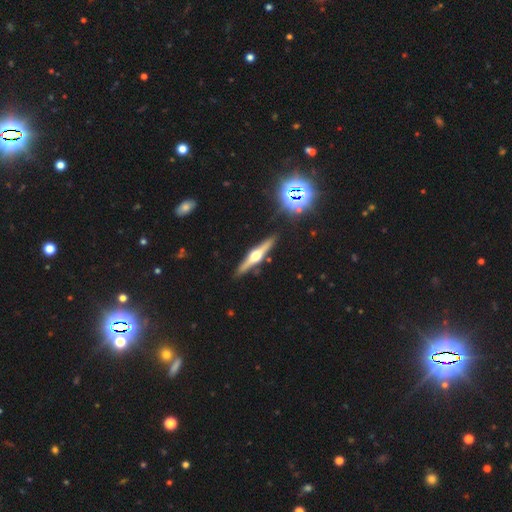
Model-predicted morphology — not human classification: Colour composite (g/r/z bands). It shows a featured or disk galaxy (77%) viewed edge-on (98%) with a rounded central bulge (94%). Merging: none (89%).